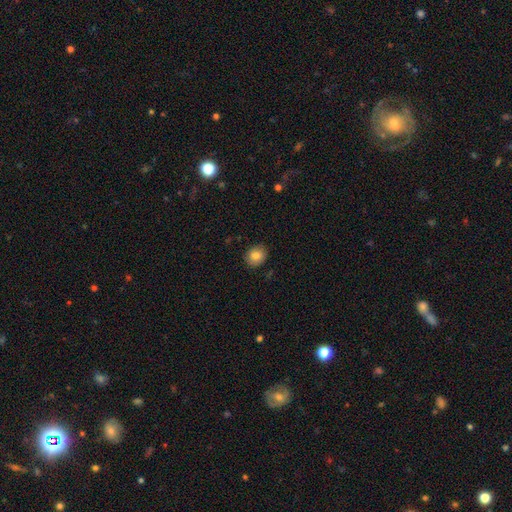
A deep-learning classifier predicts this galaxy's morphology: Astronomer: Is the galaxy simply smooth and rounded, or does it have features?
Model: smooth — 83%.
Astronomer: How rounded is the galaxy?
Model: round — 63%.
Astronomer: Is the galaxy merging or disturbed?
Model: none — 88%.